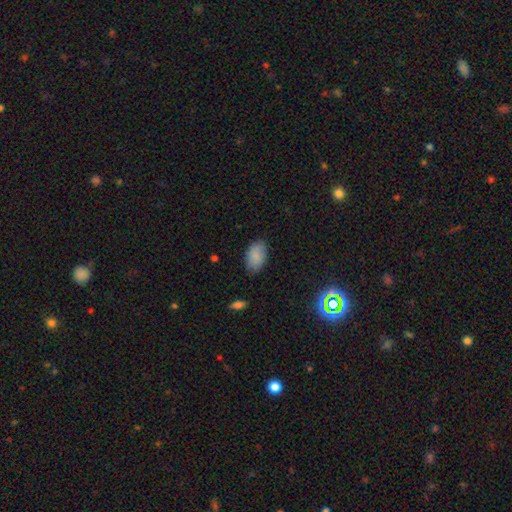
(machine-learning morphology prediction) Q: Smooth or featured?
A: smooth (86%); runner-up: star or artifact (8%)
Q: How rounded?
A: in between (92%); runner-up: round (7%)
Q: Merging?
A: none (81%); runner-up: minor disturbance (15%)